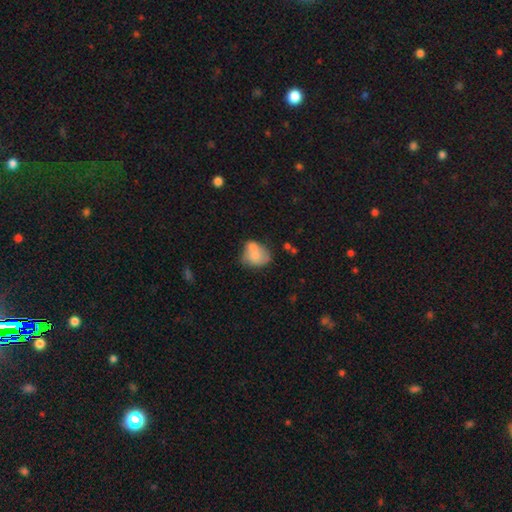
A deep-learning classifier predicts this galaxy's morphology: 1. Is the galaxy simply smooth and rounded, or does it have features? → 67% smooth, 25% featured or disk, 8% star or artifact.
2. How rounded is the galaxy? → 54% in between, 45% round, 1% cigar-shaped.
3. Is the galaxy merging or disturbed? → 44% merger, 29% none, 18% minor disturbance, 8% major disturbance.